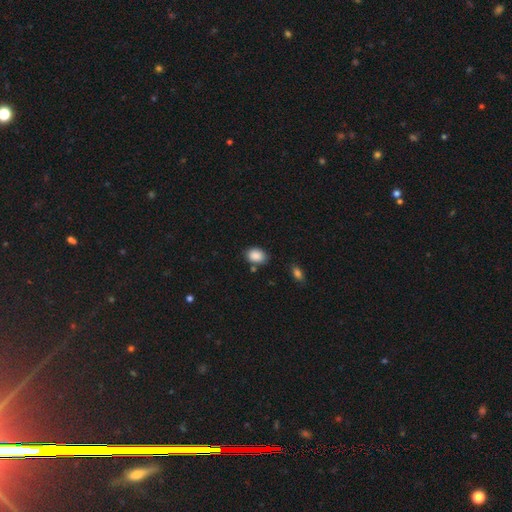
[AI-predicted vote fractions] smooth-or-featured: smooth: 88% | star or artifact: 8% | featured or disk: 4%
  how-rounded: in between: 71% | round: 28% | cigar-shaped: 1%
  merging: none: 74% | minor disturbance: 16% | merger: 6% | major disturbance: 4%